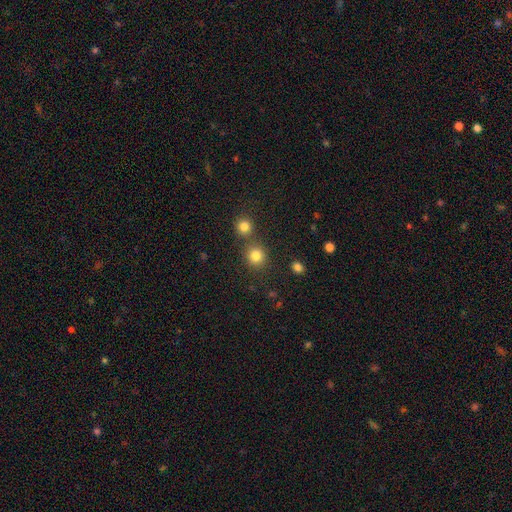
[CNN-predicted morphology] smooth_or_featured: smooth (p=0.82) [alt: star or artifact p=0.13]
how_rounded: round (p=0.89) [alt: in between p=0.10]
merging: none (p=0.74) [alt: merger p=0.16]